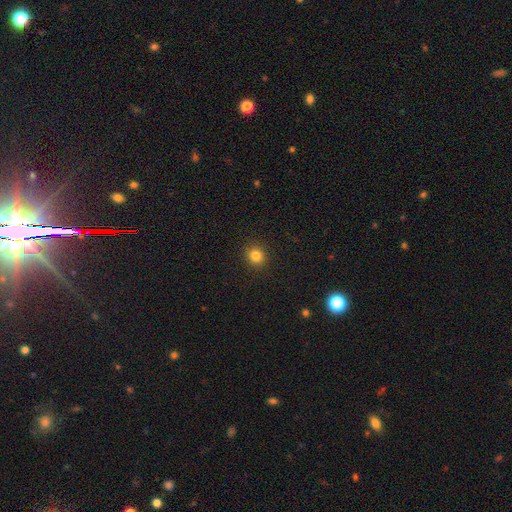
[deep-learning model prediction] A smooth galaxy with no disk features (83%) that is round (84%). Merging: none (91%).